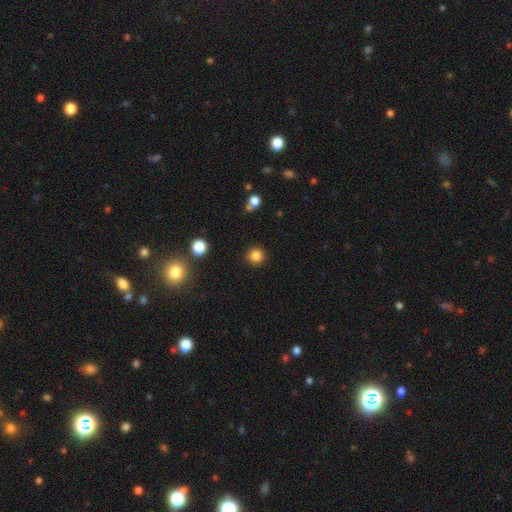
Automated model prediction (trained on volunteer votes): Q: Smooth or featured?
A: smooth (84%); runner-up: star or artifact (12%)
Q: How rounded?
A: round (94%); runner-up: in between (5%)
Q: Merging?
A: none (91%); runner-up: minor disturbance (6%)